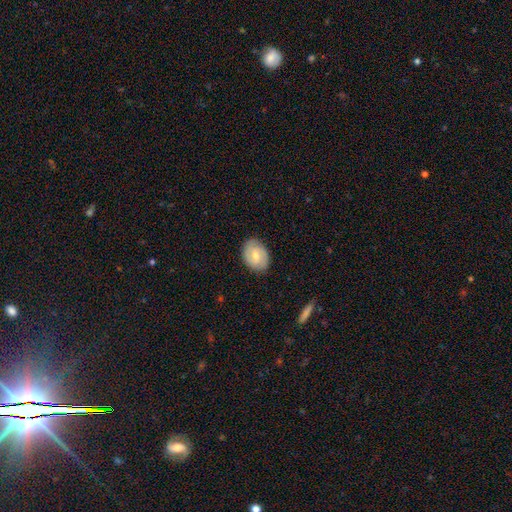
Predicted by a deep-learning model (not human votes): A featured or disk galaxy (49%).

Vote fractions:
- Smooth or featured? featured or disk: 49% / smooth: 45% / star or artifact: 6%
- Merging? none: 83% / minor disturbance: 13% / major disturbance: 3% / merger: 1%